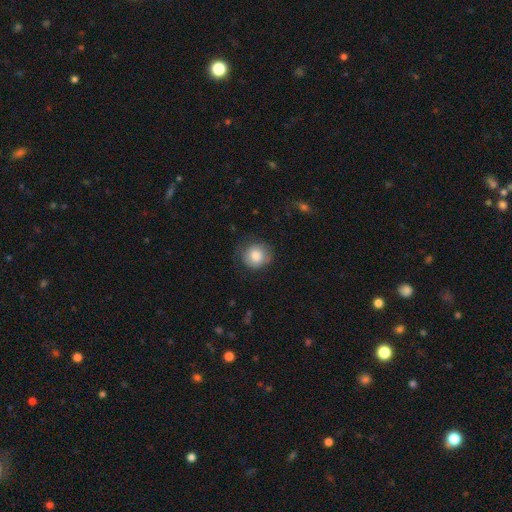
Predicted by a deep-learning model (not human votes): Smooth or featured? smooth (83%)
How rounded? round (87%)
Merging? none (72%)